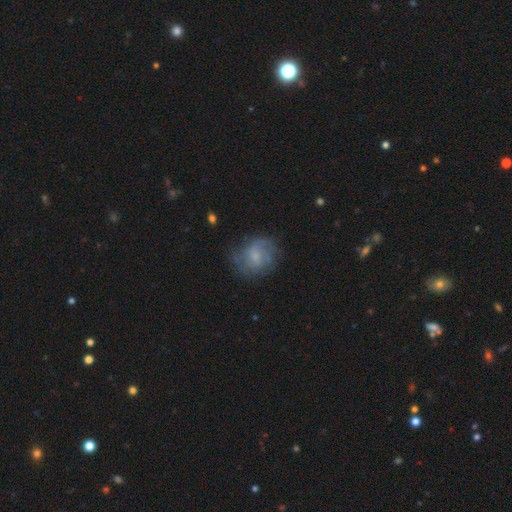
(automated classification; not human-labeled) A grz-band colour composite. It shows a featured or disk galaxy (59%) with no bar (57%), spiral arms (81%) and a small central bulge (44%). Merging: none (66%).